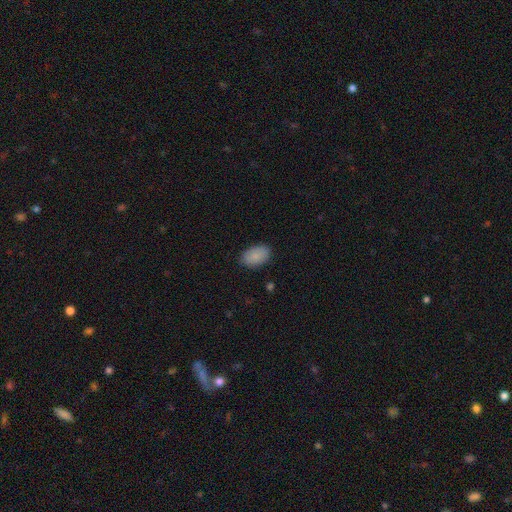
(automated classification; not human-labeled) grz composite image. It shows a smooth galaxy with no disk features (86%) that is in between round and cigar-shaped (91%). Merging: none (86%).